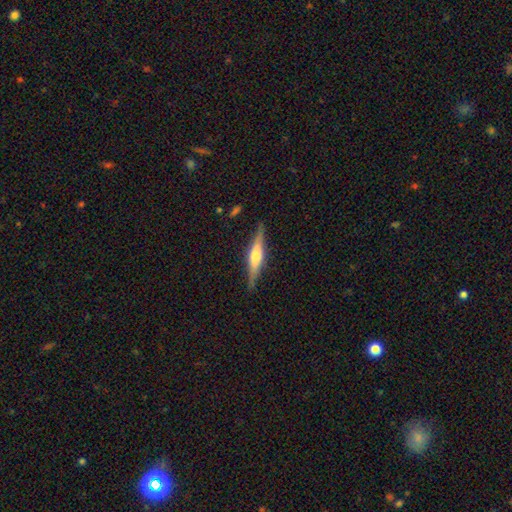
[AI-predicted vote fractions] A featured or disk galaxy (70%) viewed edge-on (97%) with a rounded central bulge (81%). Merging: none (87%).